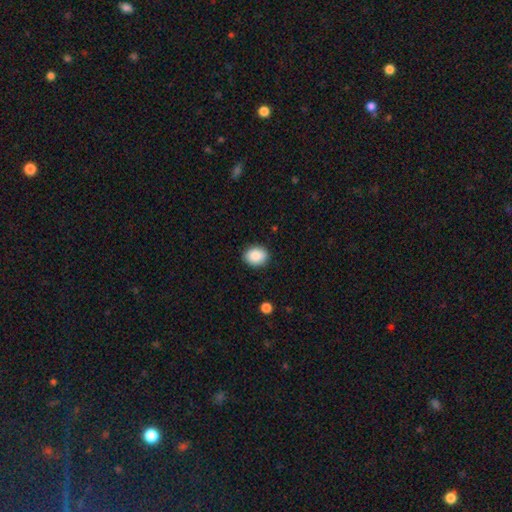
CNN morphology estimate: Smooth or featured?
  - smooth: 89% *
  - star or artifact: 8%
  - featured or disk: 4%
How rounded?
  - in between: 53% *
  - round: 46%
  - cigar-shaped: 1%
Merging?
  - none: 90% *
  - minor disturbance: 7%
  - major disturbance: 2%
  - merger: 1%